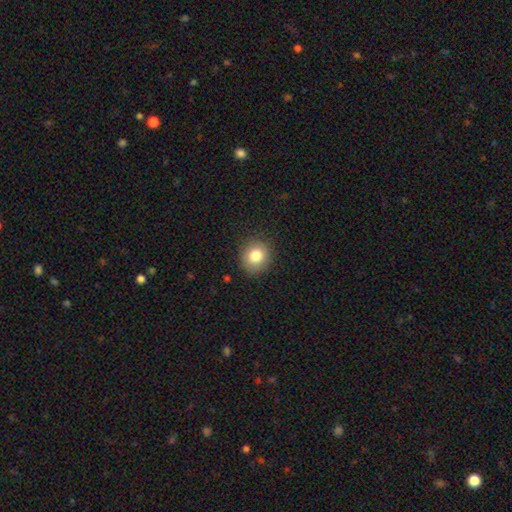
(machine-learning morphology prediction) A smooth galaxy with no disk features (82%) that is round (84%). Merging: none (88%).